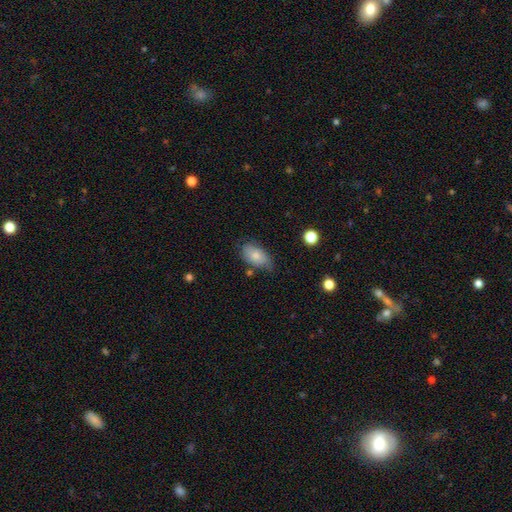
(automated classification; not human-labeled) Morphology: type=smooth (77%); roundness=in between (92%); merging=none (63%).